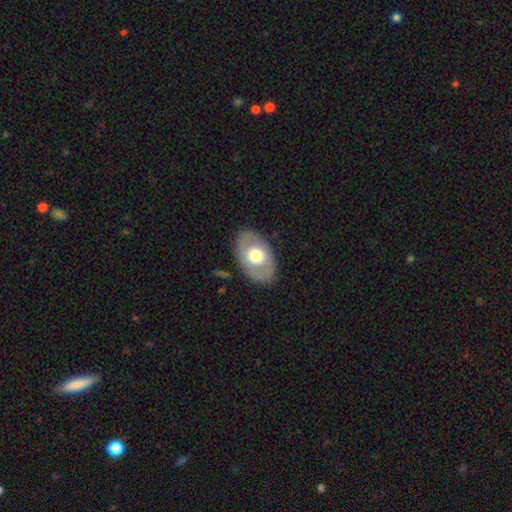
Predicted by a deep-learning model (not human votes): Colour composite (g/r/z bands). It shows a smooth galaxy with no disk features (51%) that is in between round and cigar-shaped (85%). Merging: none (84%).